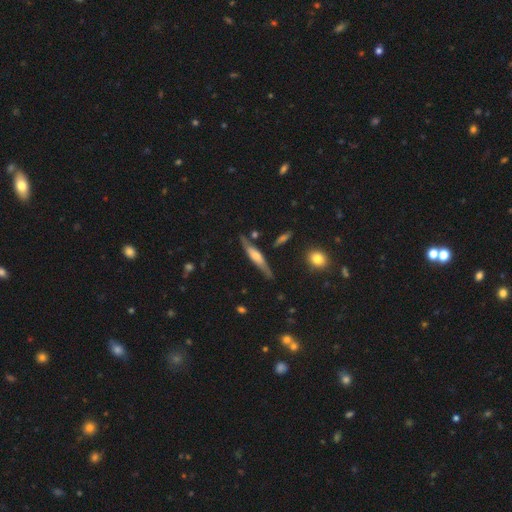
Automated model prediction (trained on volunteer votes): This appears to be a featured or disk galaxy (61%) viewed edge-on (88%) with a rounded central bulge (66%). Merging: none (73%).